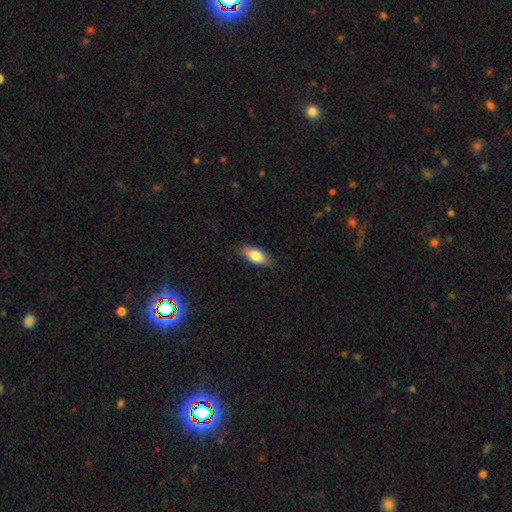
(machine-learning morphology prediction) Overall: smooth (77%). How rounded: in between (82%). Merging: none (76%).